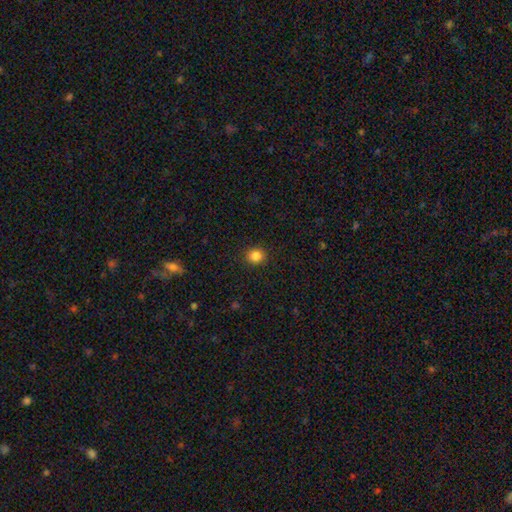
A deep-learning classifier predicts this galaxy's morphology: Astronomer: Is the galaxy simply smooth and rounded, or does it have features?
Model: smooth — 85%.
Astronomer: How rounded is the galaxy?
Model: round — 80%.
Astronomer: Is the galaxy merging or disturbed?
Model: none — 90%.